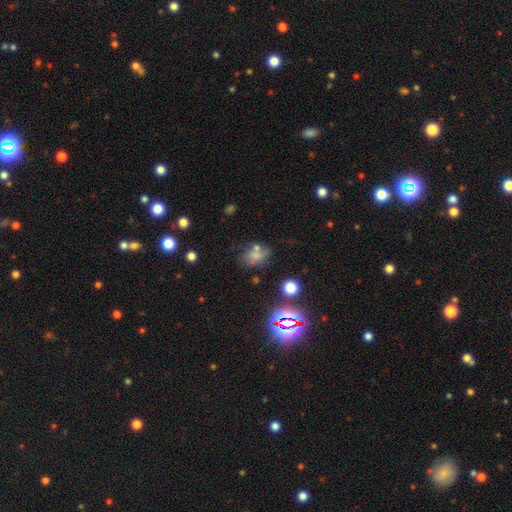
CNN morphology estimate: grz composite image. It shows a smooth galaxy with no disk features (58%) that is in between round and cigar-shaped (69%). Merging: none (49%).